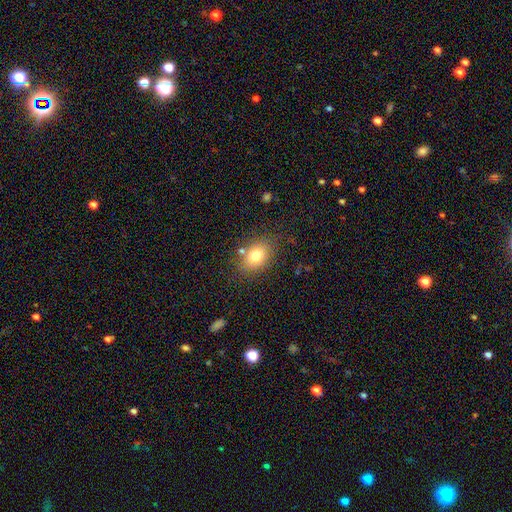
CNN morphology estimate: Smooth or featured: smooth — 77% (featured or disk — 13%)
How rounded: in between — 73% (round — 26%)
Merging: none — 77% (minor disturbance — 14%)